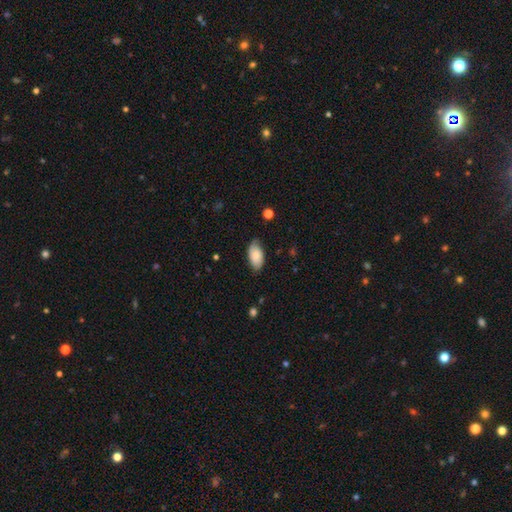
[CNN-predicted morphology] This is likely a smooth galaxy (78%). How rounded: clearly in between (95%). Merging: likely none (69%).